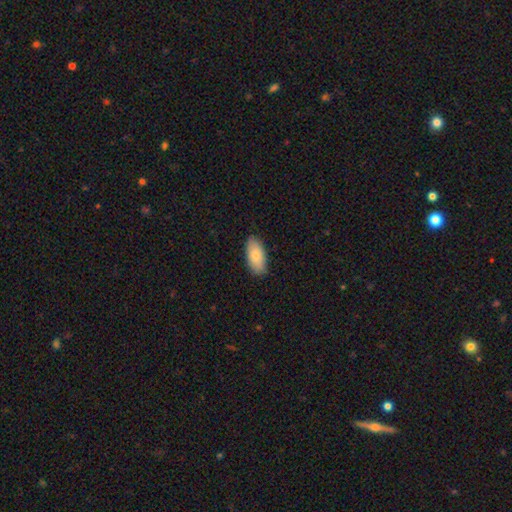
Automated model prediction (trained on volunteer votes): smooth-or-featured: smooth: 83% | featured or disk: 11% | star or artifact: 6%
  how-rounded: in between: 92% | cigar-shaped: 5% | round: 2%
  merging: none: 85% | minor disturbance: 12% | major disturbance: 2% | merger: 1%